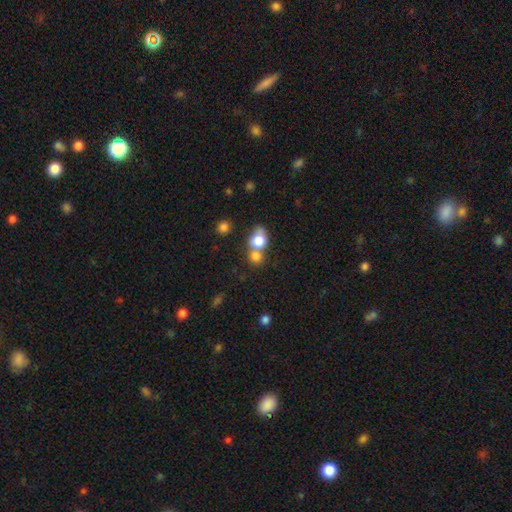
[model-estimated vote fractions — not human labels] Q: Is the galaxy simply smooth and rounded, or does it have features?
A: smooth — 76%.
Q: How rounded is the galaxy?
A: round — 72%.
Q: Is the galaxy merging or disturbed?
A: merger — 51%.